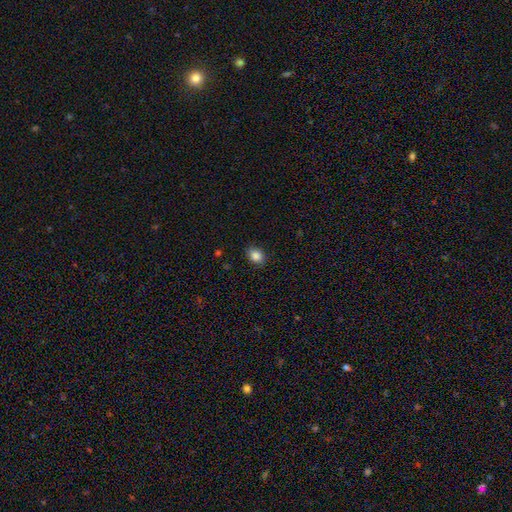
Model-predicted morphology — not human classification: Overall: smooth (86%). How rounded: in between (62%; round 37%). Merging: none (87%).